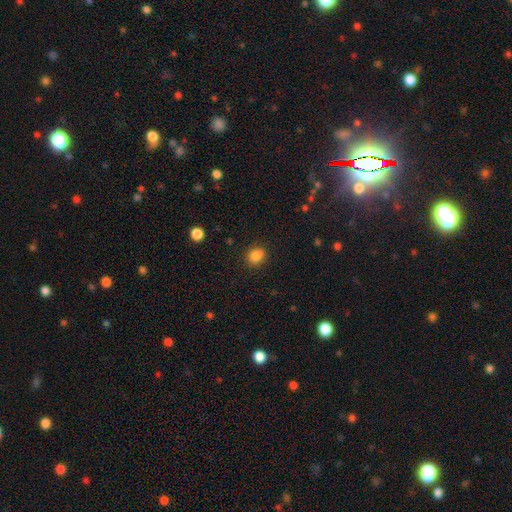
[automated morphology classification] Smooth or featured? Predicted: smooth (p=0.84). How rounded? Predicted: round (p=0.63). Merging? Predicted: none (p=0.77).